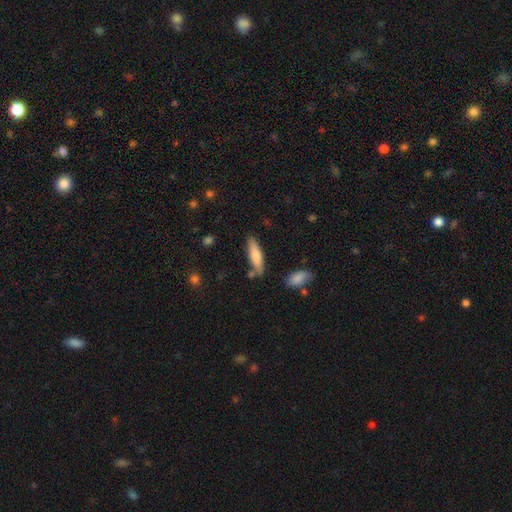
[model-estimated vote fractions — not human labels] Smooth or featured? smooth (75%)
How rounded? cigar-shaped (65%)
Merging? none (78%)